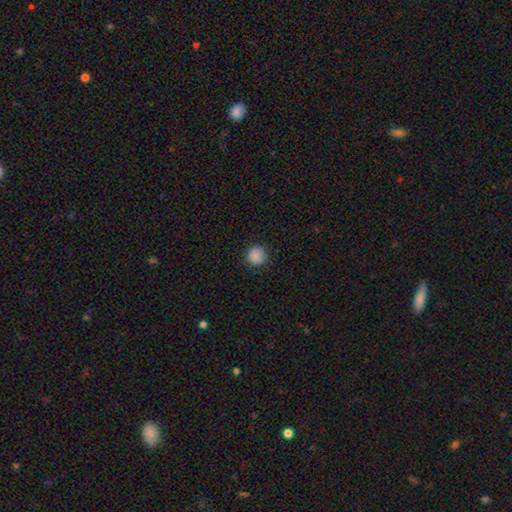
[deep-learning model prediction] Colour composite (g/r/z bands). It shows a smooth galaxy with no disk features (88%) that is round (92%). Merging: none (89%).